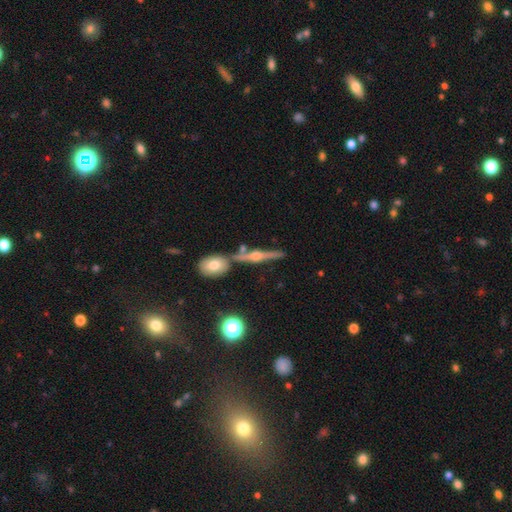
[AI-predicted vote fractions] The model was most divided on "merging": none: 75%, merger: 13%, minor disturbance: 9%, major disturbance: 3%. More confident: edge-on disk — yes (97%); edge-on bulge — rounded (92%); smooth or featured — featured or disk (78%).